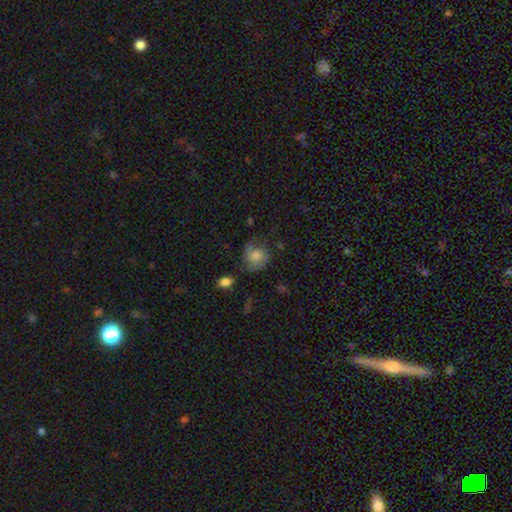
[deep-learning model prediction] smooth_or_featured: smooth (p=0.62) [alt: featured or disk p=0.29]
how_rounded: round (p=0.71) [alt: in between p=0.28]
merging: none (p=0.48) [alt: minor disturbance p=0.29]